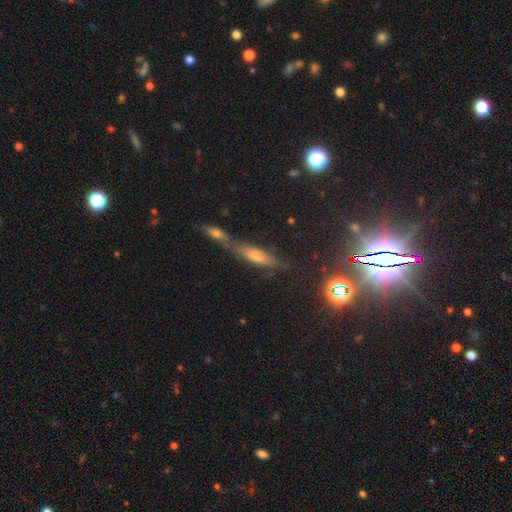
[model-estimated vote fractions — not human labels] Smooth or featured? Predicted: smooth (p=0.42). Merging? Predicted: none (p=0.43).